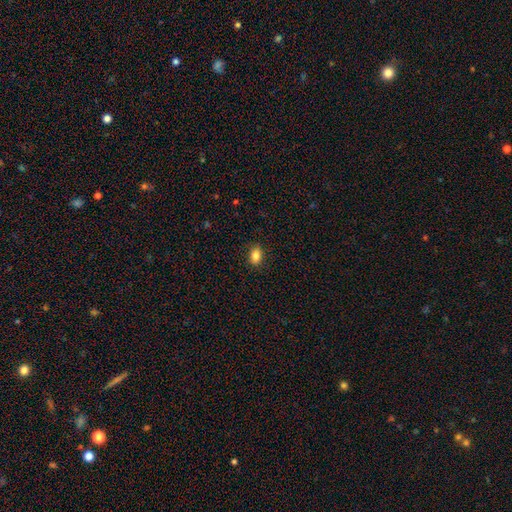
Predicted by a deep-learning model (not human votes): A smooth galaxy with no disk features (85%) that is in between round and cigar-shaped (80%).

Vote fractions:
- Smooth or featured? smooth: 85% / star or artifact: 9% / featured or disk: 6%
- How rounded? in between: 80% / round: 18% / cigar-shaped: 2%
- Merging? none: 88% / minor disturbance: 9% / major disturbance: 2% / merger: 1%